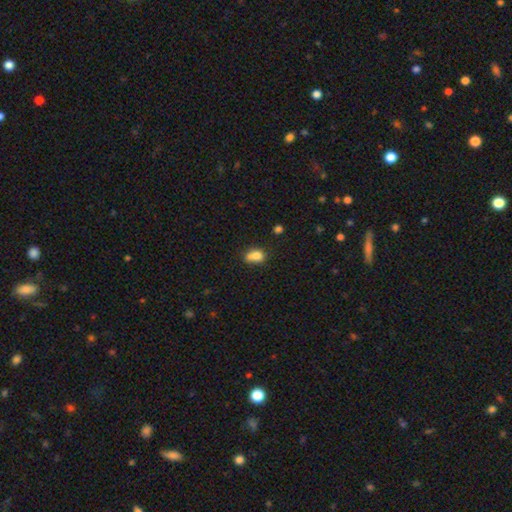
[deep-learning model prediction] A smooth galaxy with no disk features (78%) that is in between round and cigar-shaped (71%). Merging: none (41%).